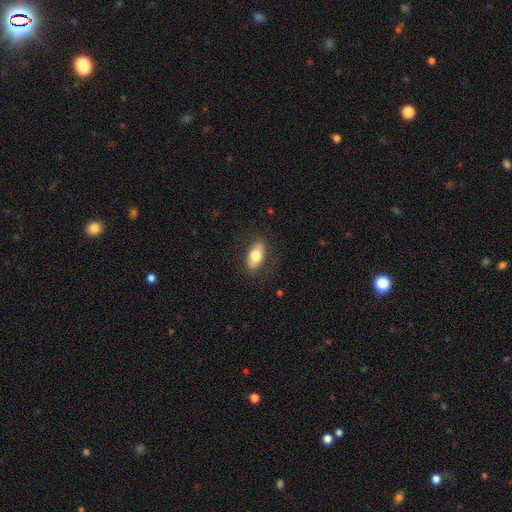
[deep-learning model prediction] This is likely a smooth galaxy (75%). How rounded: clearly in between (89%). Merging: clearly none (83%).